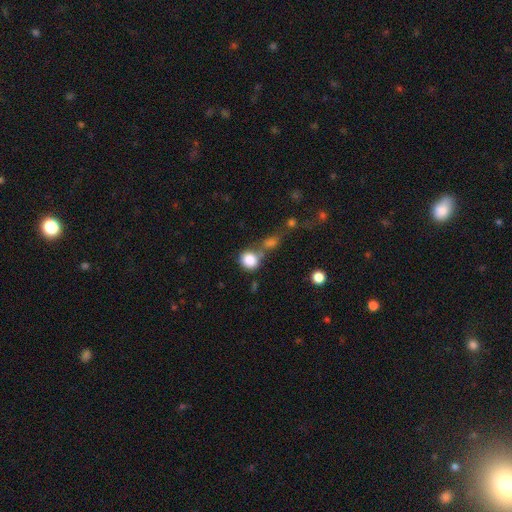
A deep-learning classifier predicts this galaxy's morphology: Smooth or featured? Predicted: smooth (p=0.48). Merging? Predicted: none (p=0.51).